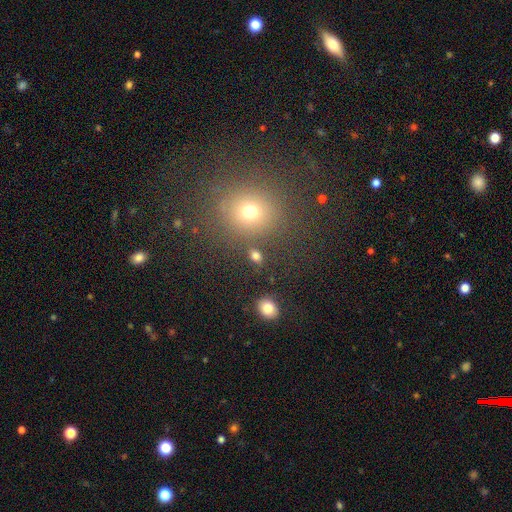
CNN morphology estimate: This is likely a smooth galaxy (75%). How rounded: likely in between (63%). Merging: likely none (79%).